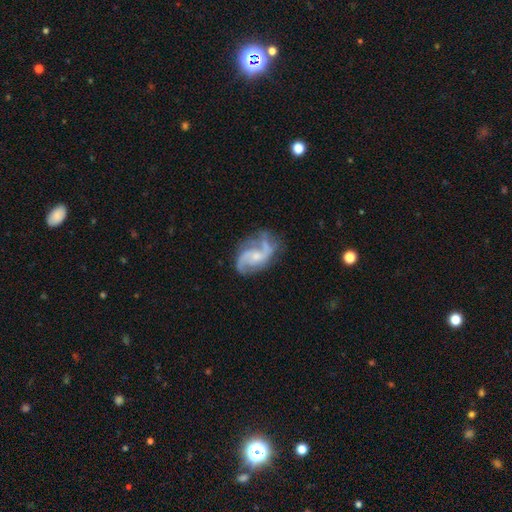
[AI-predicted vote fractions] This appears to be a featured or disk galaxy (86%) with no bar (57%), 2 (74%) medium (50%) spiral arms (96%) and a small central bulge (58%). Merging: none (60%).